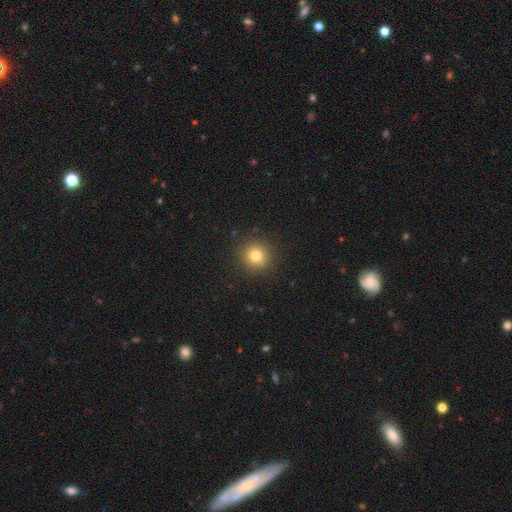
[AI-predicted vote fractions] Smooth or featured? Predicted: smooth (p=0.78). How rounded? Predicted: round (p=0.92). Merging? Predicted: none (p=0.90).